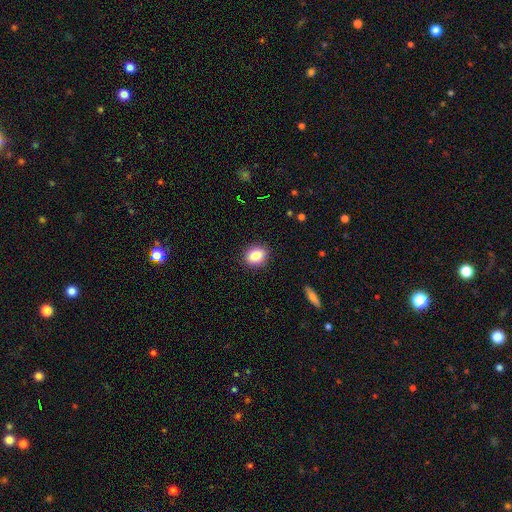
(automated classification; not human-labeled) A smooth galaxy with no disk features (82%) that is round (53%).

Vote fractions:
- Smooth or featured? smooth: 82% / star or artifact: 9% / featured or disk: 8%
- How rounded? round: 53% / in between: 46% / cigar-shaped: 2%
- Merging? none: 88% / minor disturbance: 9% / major disturbance: 2% / merger: 1%